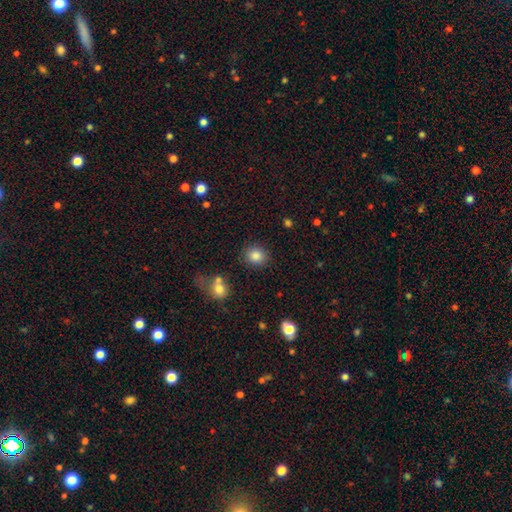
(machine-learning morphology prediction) type=smooth (85%); roundness=round (77%); merging=none (84%).